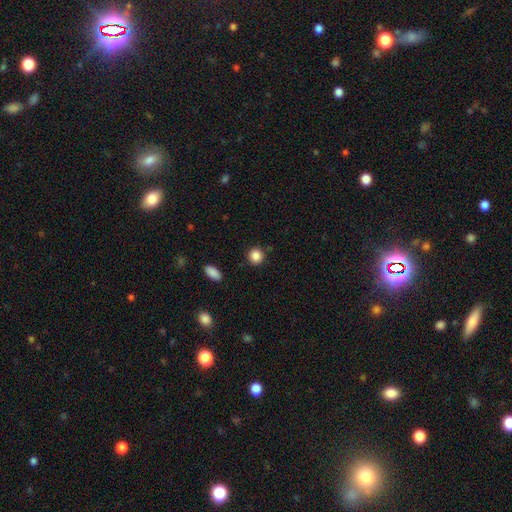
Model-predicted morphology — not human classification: A smooth galaxy with no disk features (87%) that is round (88%).

Vote fractions:
- Smooth or featured? smooth: 87% / star or artifact: 10% / featured or disk: 4%
- How rounded? round: 88% / in between: 11% / cigar-shaped: 1%
- Merging? none: 88% / minor disturbance: 8% / major disturbance: 2% / merger: 2%